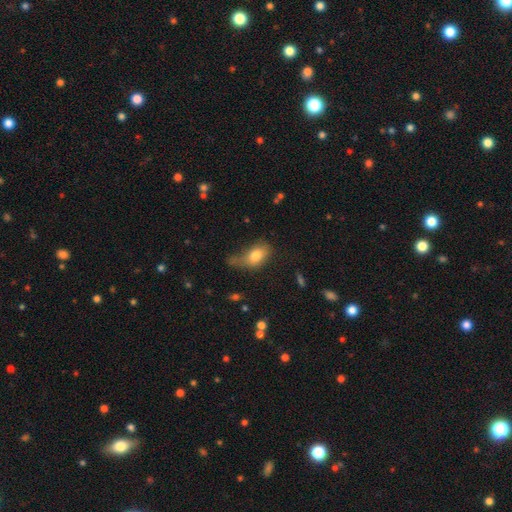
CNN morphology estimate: The model was most divided on "merging": none: 32%, minor disturbance: 30%, major disturbance: 27%, merger: 10%. More confident: how rounded — in between (84%); smooth or featured — smooth (78%).